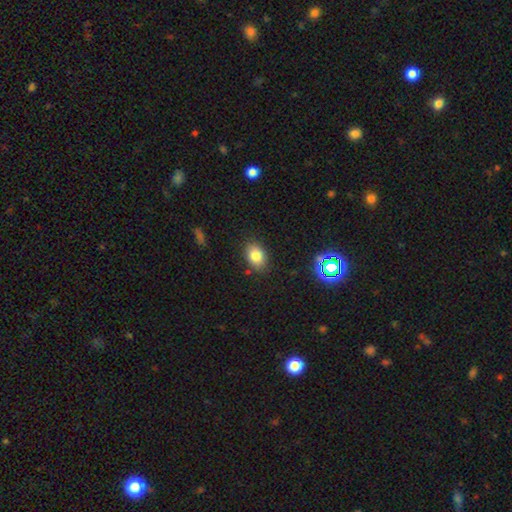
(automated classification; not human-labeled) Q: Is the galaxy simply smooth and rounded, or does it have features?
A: smooth — 83%.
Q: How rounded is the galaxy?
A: in between — 79%.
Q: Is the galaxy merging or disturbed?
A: none — 84%.